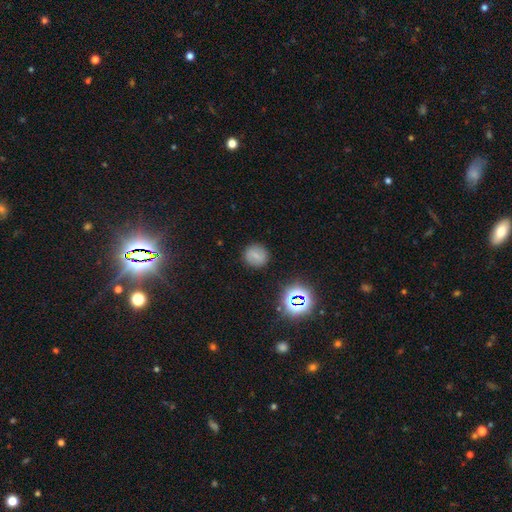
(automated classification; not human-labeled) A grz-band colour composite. It shows a smooth galaxy with no disk features (57%) that is round (88%). Merging: none (88%).